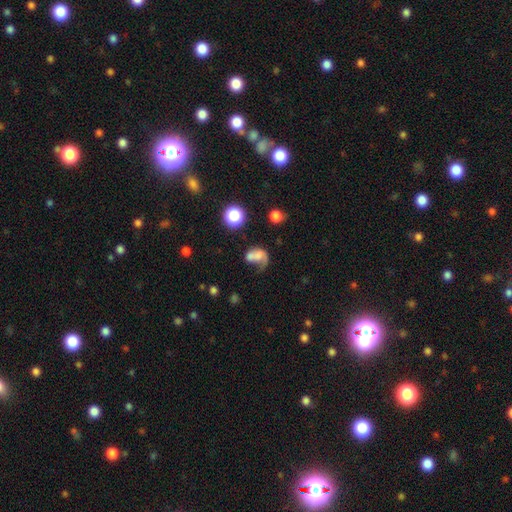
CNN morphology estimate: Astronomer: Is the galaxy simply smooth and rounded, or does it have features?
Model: smooth — 47% (runner-up: featured or disk, 40%).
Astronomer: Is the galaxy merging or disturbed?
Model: major disturbance — 38% (runner-up: none, 25%).